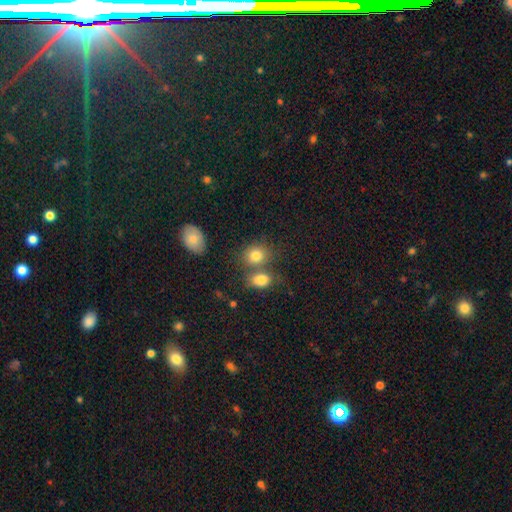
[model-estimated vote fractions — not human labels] Smooth or featured? Predicted: smooth (p=0.81). How rounded? Predicted: round (p=0.53). Merging? Predicted: none (p=0.52).